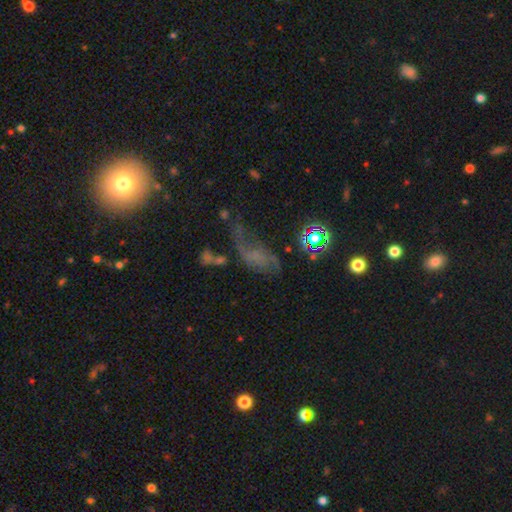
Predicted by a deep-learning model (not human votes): This appears to be a featured or disk galaxy (43%). Merging: major disturbance (37%).